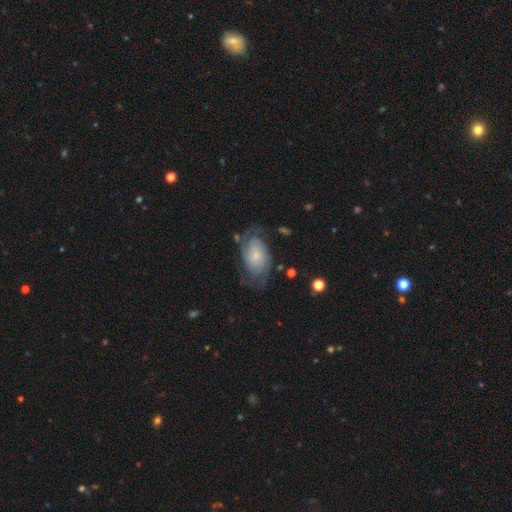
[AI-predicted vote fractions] Smooth or featured: featured or disk — 64% (smooth — 29%)
Edge-on disk: no — 96% (yes — 4%)
Bar: no — 79% (weak — 18%)
Spiral arms: yes — 87% (no — 13%)
Spiral winding: tight — 47% (medium — 35%)
Spiral arm count: 2 — 50% (can't tell — 31%)
Bulge size: small — 67% (moderate — 17%)
Merging: none — 57% (minor disturbance — 24%)